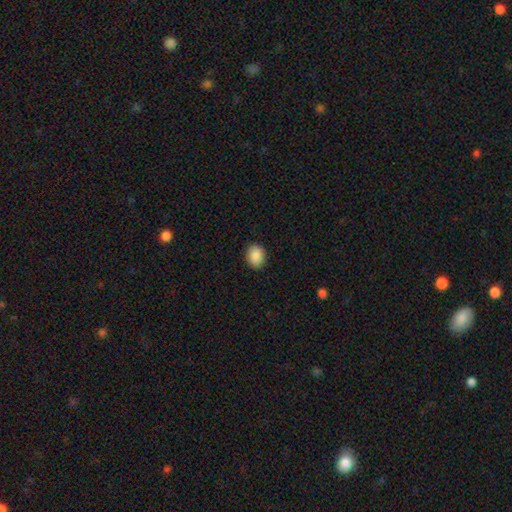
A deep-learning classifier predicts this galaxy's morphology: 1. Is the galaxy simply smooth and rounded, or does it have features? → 90% smooth, 7% star or artifact, 3% featured or disk.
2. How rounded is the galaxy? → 53% in between, 46% round, 1% cigar-shaped.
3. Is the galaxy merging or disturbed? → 89% none, 8% minor disturbance, 2% major disturbance, 1% merger.